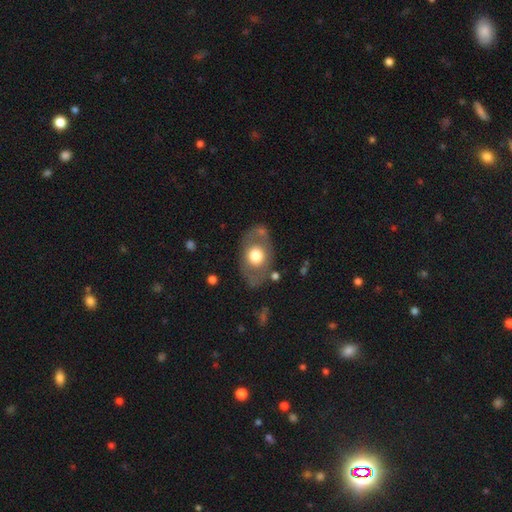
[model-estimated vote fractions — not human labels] smooth-or-featured: smooth: 55% | featured or disk: 39% | star or artifact: 6%
  how-rounded: in between: 75% | round: 24% | cigar-shaped: 1%
  merging: none: 73% | minor disturbance: 15% | major disturbance: 7% | merger: 4%